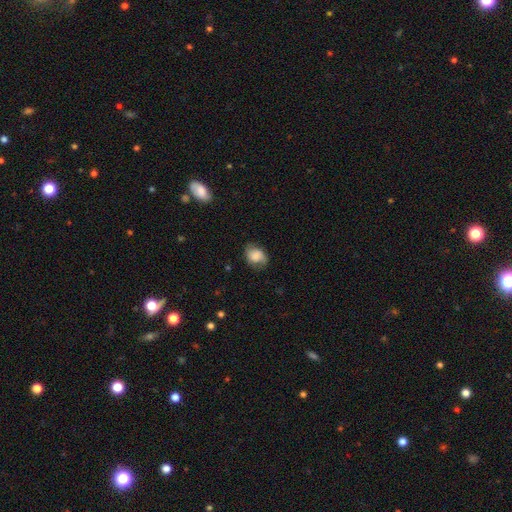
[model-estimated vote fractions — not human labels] Smooth or featured: smooth — 61% (featured or disk — 30%)
How rounded: in between — 66% (round — 33%)
Merging: none — 64% (minor disturbance — 26%)